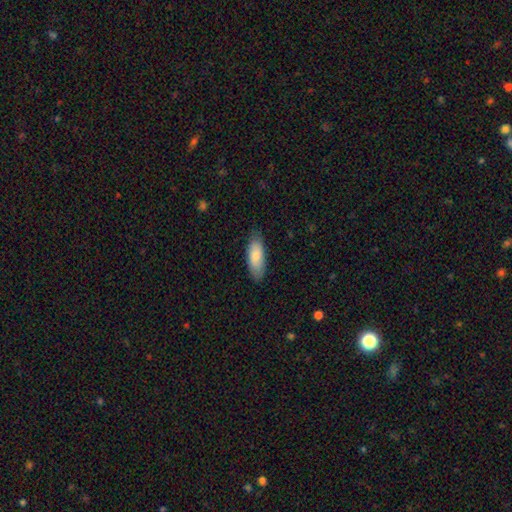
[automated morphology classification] A smooth galaxy with no disk features (82%) that is in between round and cigar-shaped (77%). Merging: none (80%).